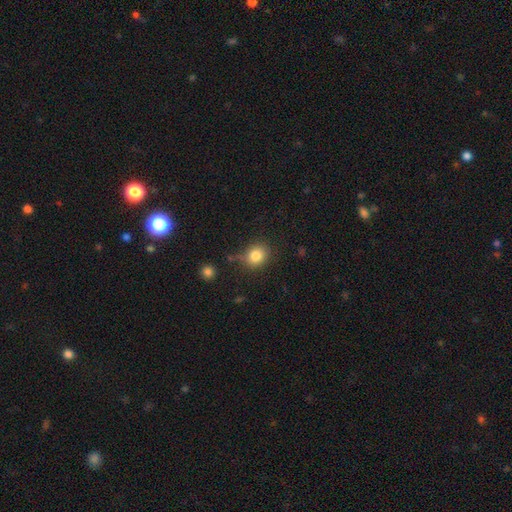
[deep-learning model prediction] Overall: smooth (82%). How rounded: round (74%). Merging: none (69%).